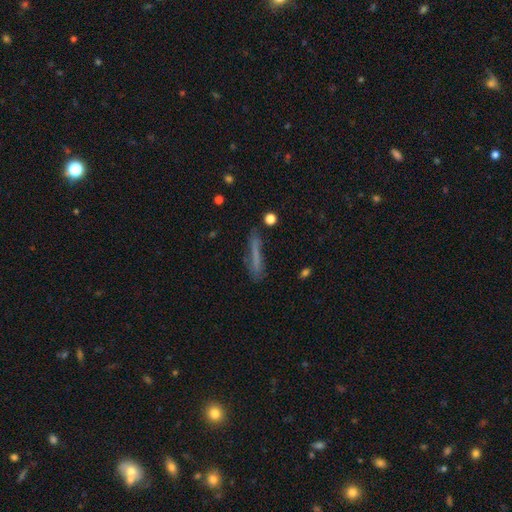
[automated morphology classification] Overall: smooth (62%; featured or disk 27%). How rounded: cigar-shaped (91%). Merging: none (68%).